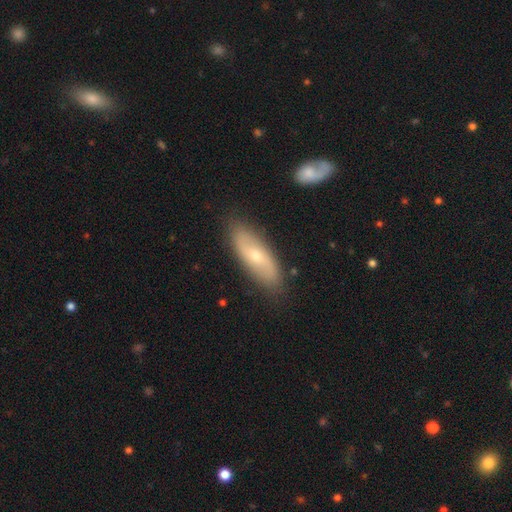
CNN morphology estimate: This appears to be a featured or disk galaxy (52%). Merging: none (83%).